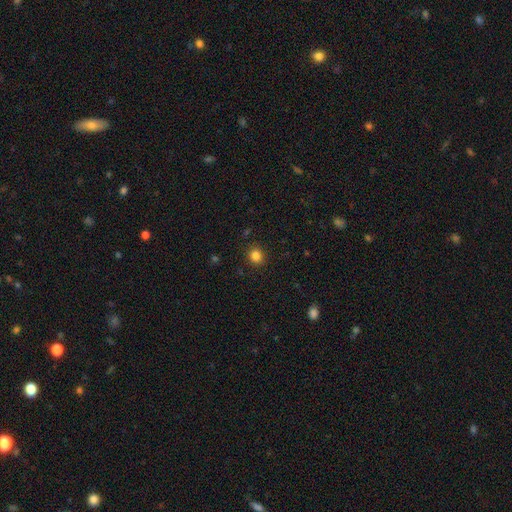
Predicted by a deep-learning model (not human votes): The model was most divided on "how rounded": round: 76%, in between: 23%, cigar-shaped: 1%. More confident: merging — none (90%); smooth or featured — smooth (84%).